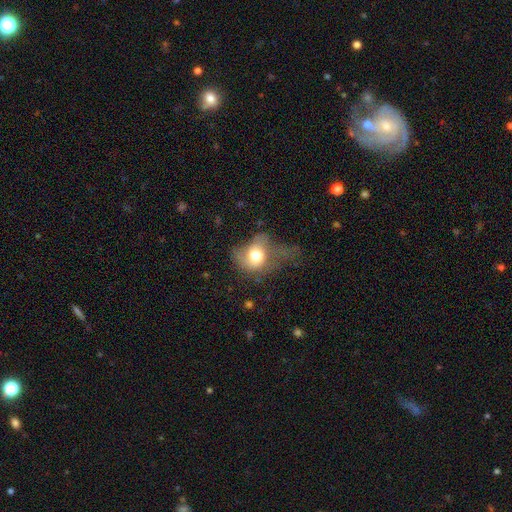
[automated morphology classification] This is likely a smooth galaxy (65%). How rounded: possibly round (50%). Merging: possibly major disturbance (49%).